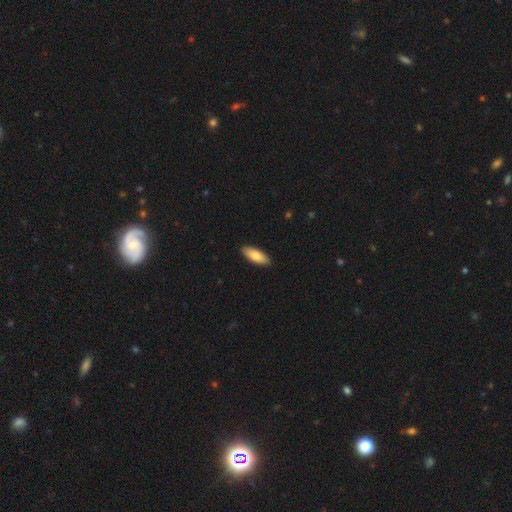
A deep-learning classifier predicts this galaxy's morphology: Overall: smooth (84%). How rounded: in between (72%). Merging: none (90%).